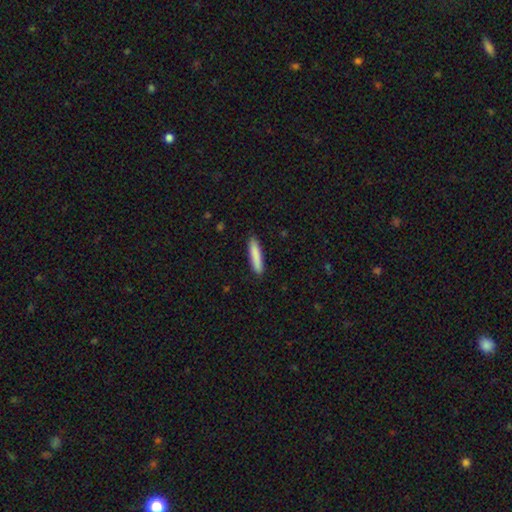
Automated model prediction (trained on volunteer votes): Morphology: type=smooth (85%); roundness=cigar-shaped (88%); merging=none (89%).